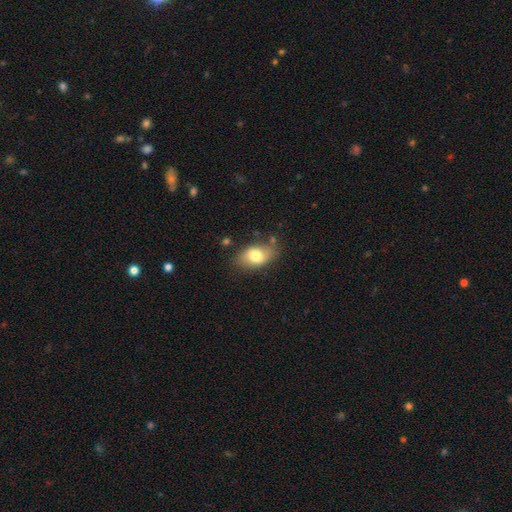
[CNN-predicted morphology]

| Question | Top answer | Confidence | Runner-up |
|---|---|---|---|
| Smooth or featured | smooth | 73% | featured or disk (20%) |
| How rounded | in between | 88% | round (10%) |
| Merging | none | 72% | minor disturbance (19%) |